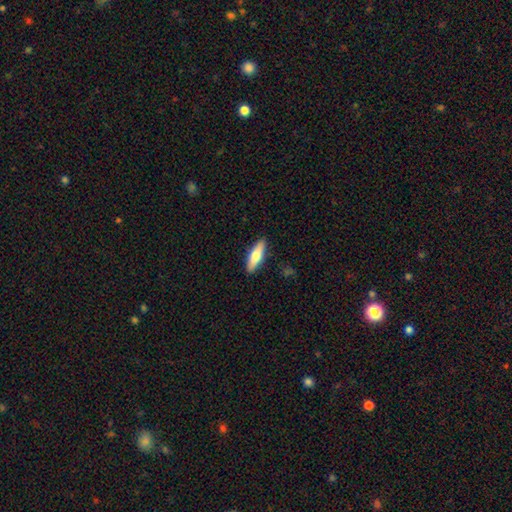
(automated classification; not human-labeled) A smooth galaxy with no disk features (64%) that is cigar-shaped (54%). Merging: none (89%).